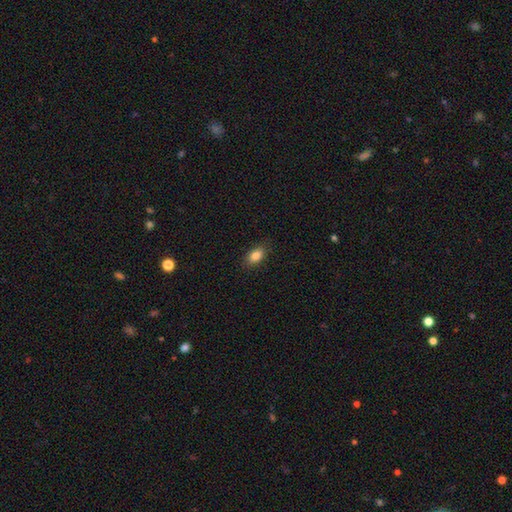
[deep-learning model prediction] Overall: smooth (85%). How rounded: in between (87%). Merging: none (86%).